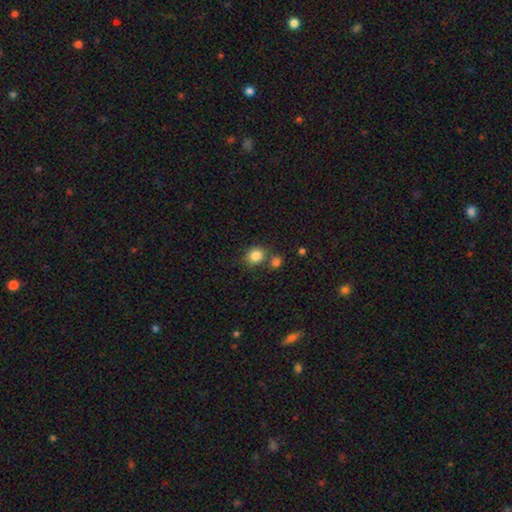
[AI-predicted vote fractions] smooth 84%, star or artifact 10%, featured or disk 6%. Down the decision tree: how rounded — round (76%); merging — none (67%).